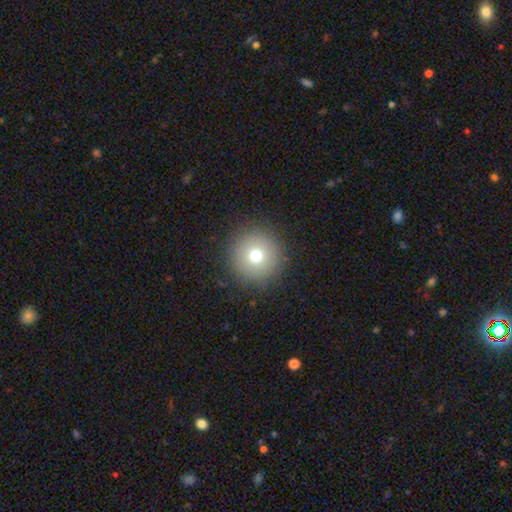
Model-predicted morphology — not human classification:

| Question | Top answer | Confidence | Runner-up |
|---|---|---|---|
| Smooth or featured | smooth | 72% | star or artifact (15%) |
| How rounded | round | 97% | in between (3%) |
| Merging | none | 90% | minor disturbance (6%) |